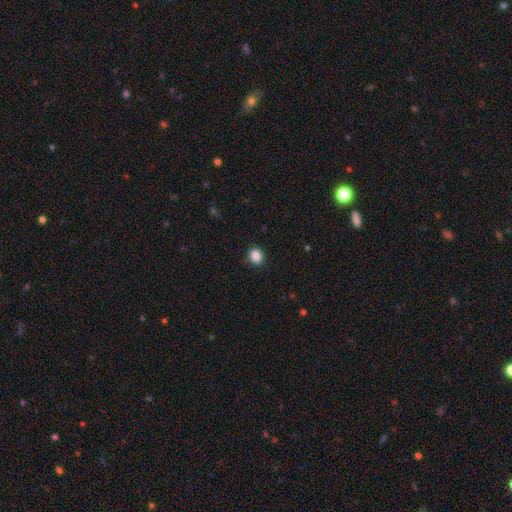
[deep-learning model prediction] Smooth or featured? Predicted: smooth (p=0.87). How rounded? Predicted: round (p=0.55). Merging? Predicted: none (p=0.88).